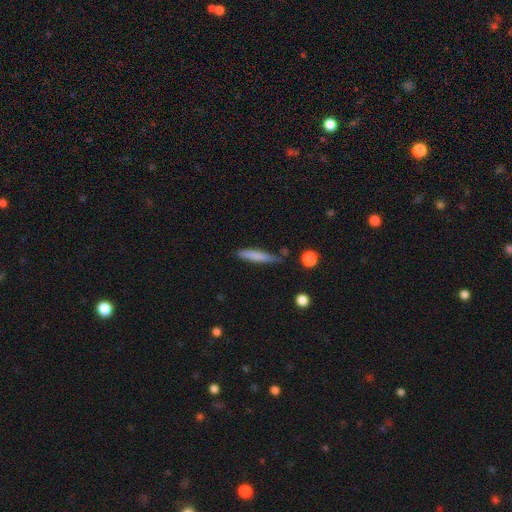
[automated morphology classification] This appears to be a smooth galaxy with no disk features (76%) that is cigar-shaped (90%). Merging: none (71%).